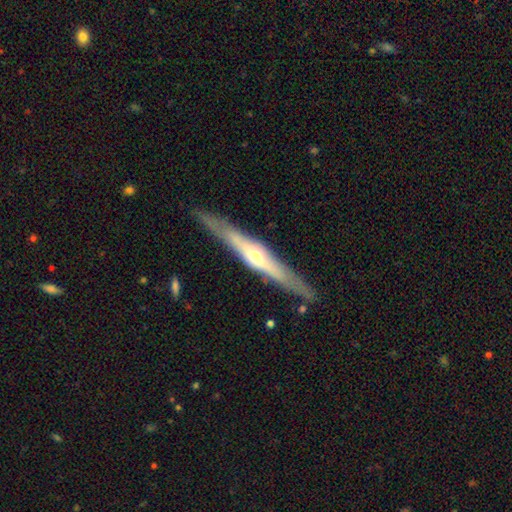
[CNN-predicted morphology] Smooth or featured?
  - featured or disk: 74% *
  - smooth: 21%
  - star or artifact: 5%
Edge-on disk?
  - yes: 93% *
  - no: 7%
Edge-on bulge?
  - rounded: 82% *
  - none: 12%
  - boxy: 6%
Merging?
  - none: 87% *
  - minor disturbance: 9%
  - major disturbance: 2%
  - merger: 1%